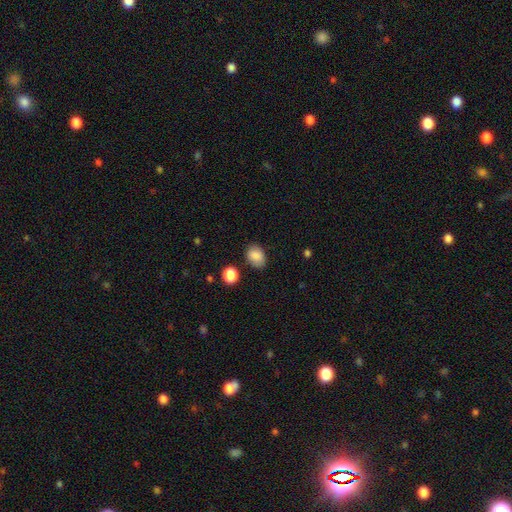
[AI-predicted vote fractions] A smooth galaxy with no disk features (86%) that is in between round and cigar-shaped (66%). Merging: none (80%).